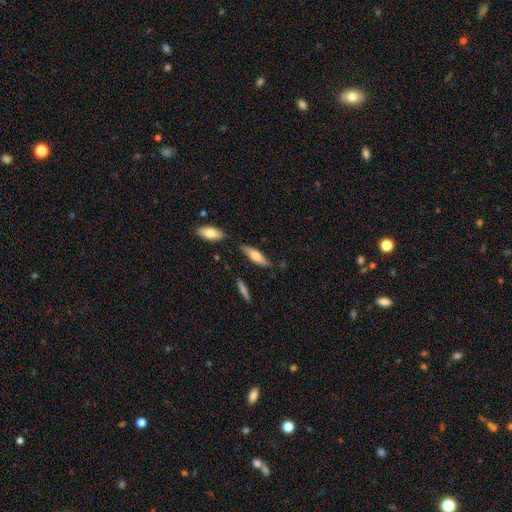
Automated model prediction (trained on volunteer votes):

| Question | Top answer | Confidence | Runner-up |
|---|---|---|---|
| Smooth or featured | smooth | 69% | featured or disk (25%) |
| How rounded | cigar-shaped | 55% | in between (44%) |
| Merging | none | 74% | minor disturbance (18%) |